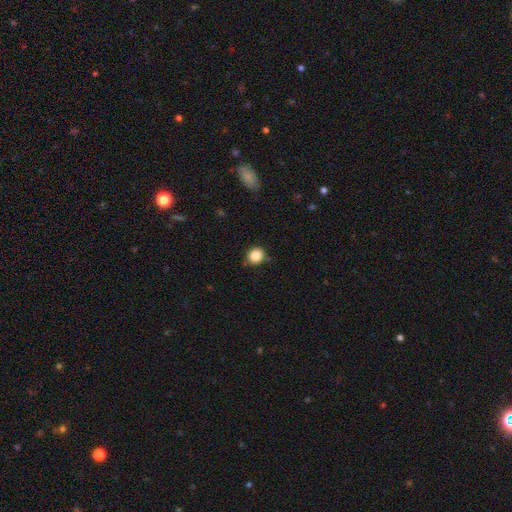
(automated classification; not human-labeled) Smooth or featured? Predicted: smooth (p=0.86). How rounded? Predicted: round (p=0.89). Merging? Predicted: none (p=0.81).